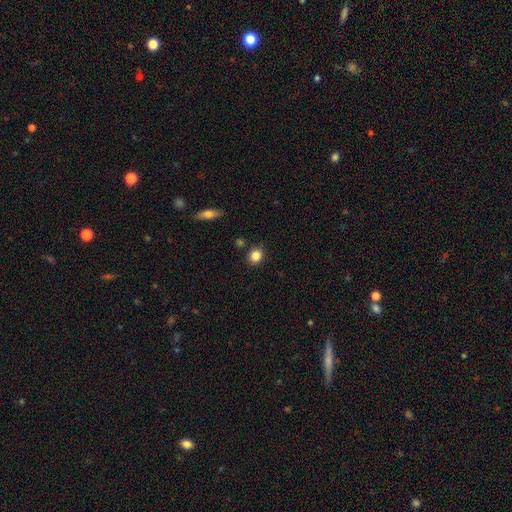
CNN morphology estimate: Q: Smooth or featured?
A: smooth (83%); runner-up: star or artifact (11%)
Q: How rounded?
A: round (78%); runner-up: in between (21%)
Q: Merging?
A: none (86%); runner-up: minor disturbance (9%)